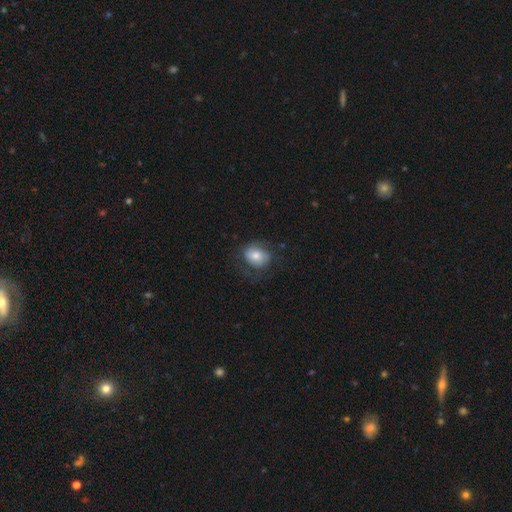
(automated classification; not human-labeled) This is possibly a smooth galaxy (57%). How rounded: possibly round (55%). Merging: possibly none (59%).